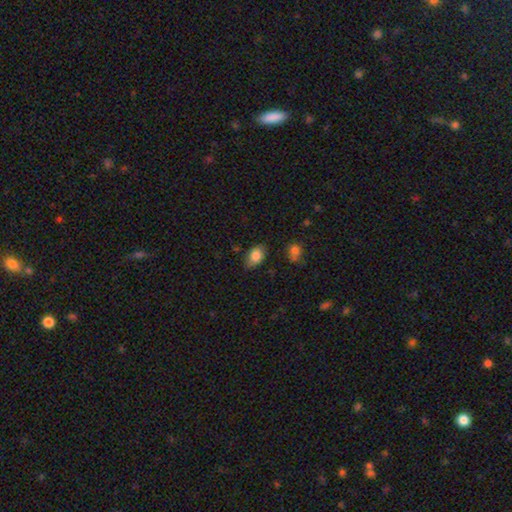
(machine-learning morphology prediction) type=smooth (83%); roundness=in between (84%); merging=none (71%).